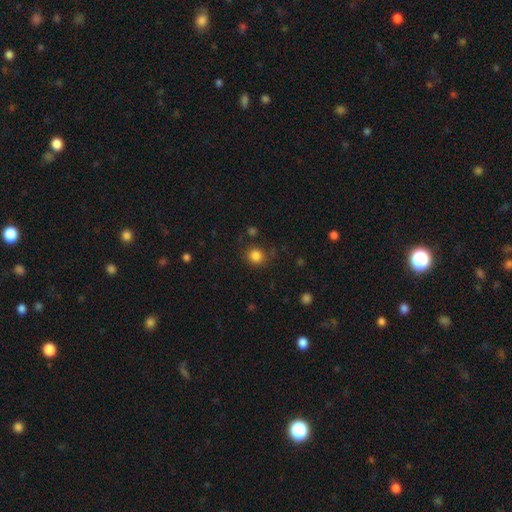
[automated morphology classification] Overall: smooth (84%). How rounded: round (86%). Merging: none (81%).